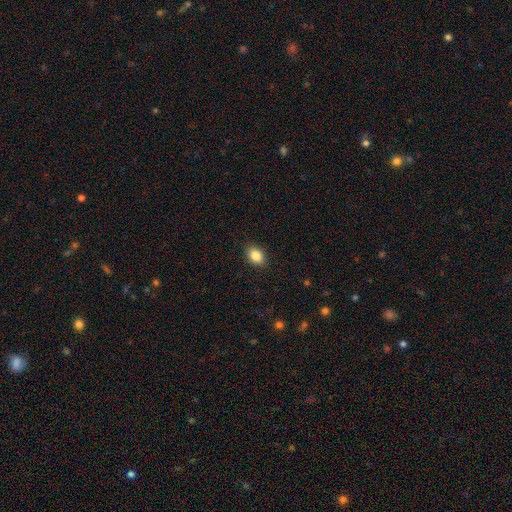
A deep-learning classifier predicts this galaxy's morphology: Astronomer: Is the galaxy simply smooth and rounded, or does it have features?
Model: smooth — 86%.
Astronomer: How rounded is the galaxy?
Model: in between — 79%.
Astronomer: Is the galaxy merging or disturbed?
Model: none — 89%.